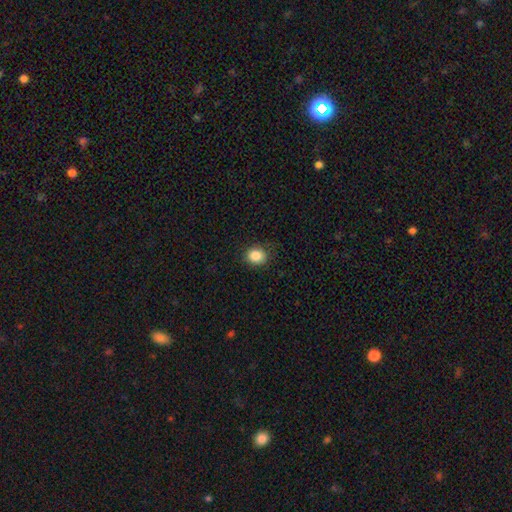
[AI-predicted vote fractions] Smooth or featured?
  - smooth: 86% *
  - star or artifact: 10%
  - featured or disk: 4%
How rounded?
  - round: 69% *
  - in between: 30%
  - cigar-shaped: 1%
Merging?
  - none: 84% *
  - minor disturbance: 11%
  - major disturbance: 3%
  - merger: 1%